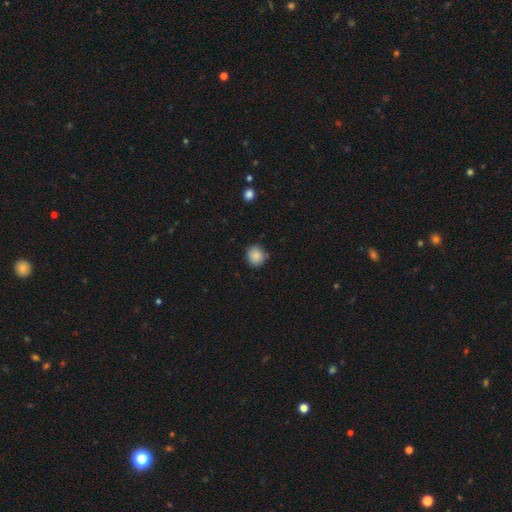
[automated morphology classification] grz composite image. It shows a smooth galaxy with no disk features (86%) that is round (86%). Merging: none (83%).